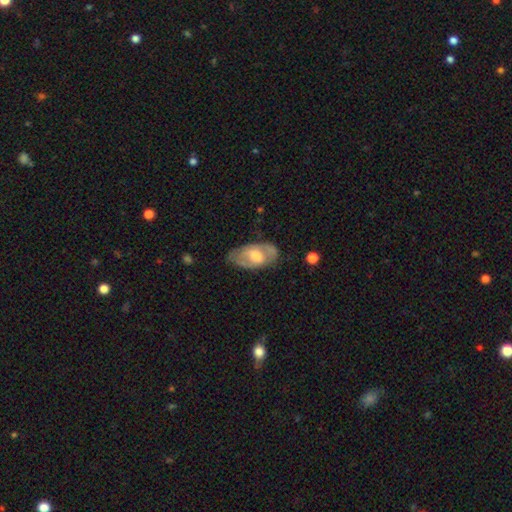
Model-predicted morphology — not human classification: smooth_or_featured: featured or disk (p=0.51) [alt: smooth p=0.44]
disk_edge_on: no (p=0.88) [alt: yes p=0.12]
merging: none (p=0.63) [alt: minor disturbance p=0.25]